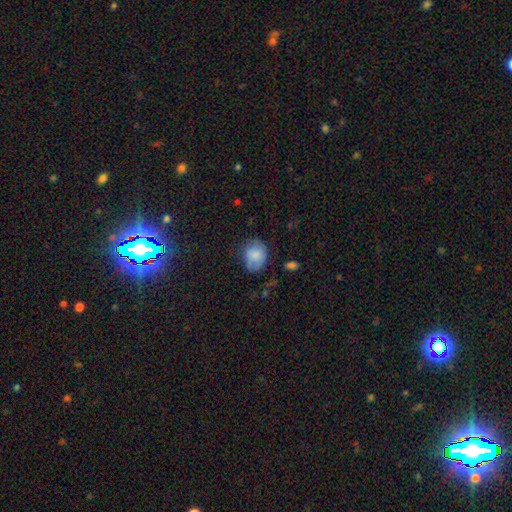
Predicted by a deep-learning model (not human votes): Q: Smooth or featured?
A: smooth (76%); runner-up: featured or disk (16%)
Q: How rounded?
A: round (56%); runner-up: in between (43%)
Q: Merging?
A: none (58%); runner-up: minor disturbance (29%)